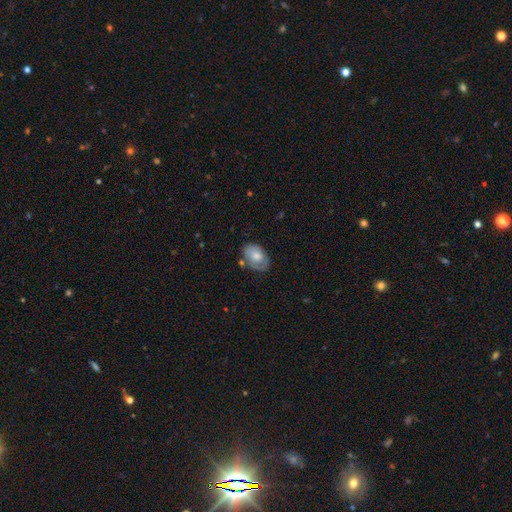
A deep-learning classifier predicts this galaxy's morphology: A smooth galaxy with no disk features (66%) that is in between round and cigar-shaped (88%). Merging: none (65%).